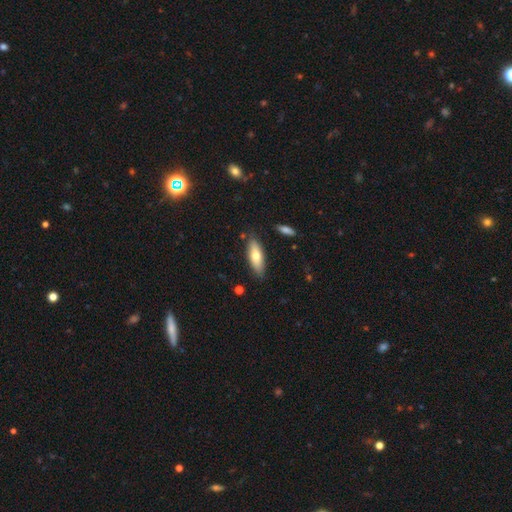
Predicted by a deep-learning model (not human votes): smooth_or_featured: smooth (p=0.68) [alt: featured or disk p=0.26]
how_rounded: in between (p=0.61) [alt: cigar-shaped p=0.37]
merging: none (p=0.83) [alt: minor disturbance p=0.12]